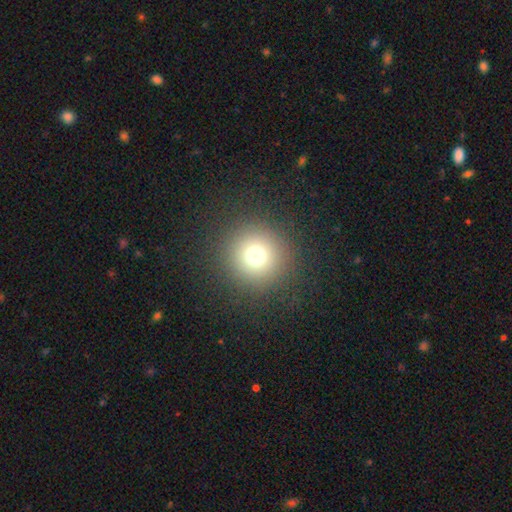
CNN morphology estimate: Smooth or featured?
  - smooth: 72% *
  - star or artifact: 20%
  - featured or disk: 9%
How rounded?
  - round: 96% *
  - in between: 3%
  - cigar-shaped: 1%
Merging?
  - none: 90% *
  - minor disturbance: 5%
  - major disturbance: 4%
  - merger: 1%